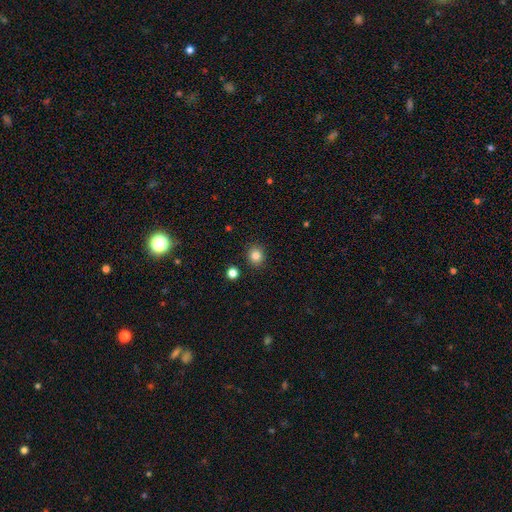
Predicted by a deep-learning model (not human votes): smooth-or-featured: smooth: 83% | star or artifact: 12% | featured or disk: 5%
  how-rounded: round: 85% | in between: 14% | cigar-shaped: 1%
  merging: none: 90% | minor disturbance: 6% | merger: 2% | major disturbance: 2%